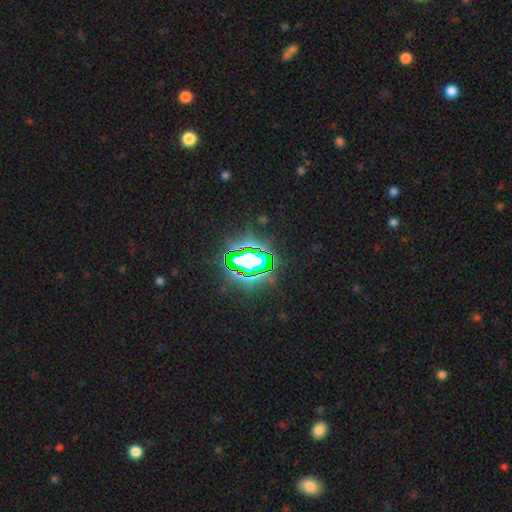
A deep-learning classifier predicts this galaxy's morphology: A star or artifact, not a galaxy (83%).

Vote fractions:
- Smooth or featured? star or artifact: 83% / smooth: 10% / featured or disk: 7%